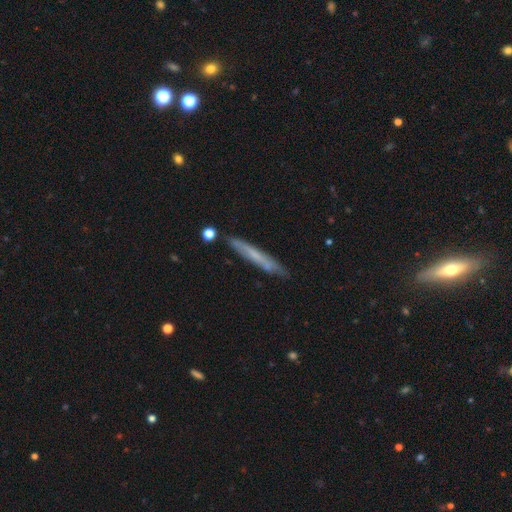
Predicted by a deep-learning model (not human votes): This is possibly a smooth galaxy (53%). How rounded: clearly cigar-shaped (95%). Merging: clearly none (83%).